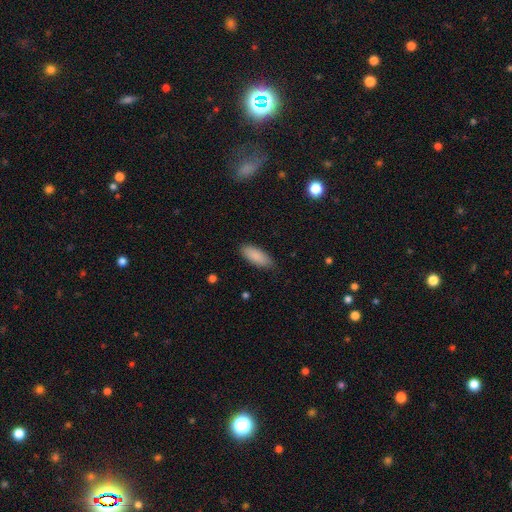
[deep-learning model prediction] Overall: smooth (88%). How rounded: in between (79%). Merging: none (83%).